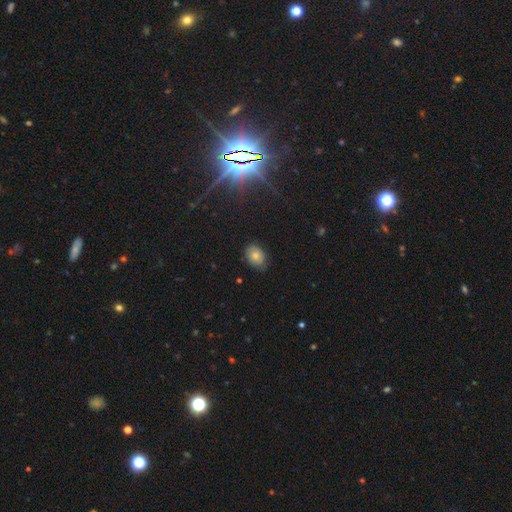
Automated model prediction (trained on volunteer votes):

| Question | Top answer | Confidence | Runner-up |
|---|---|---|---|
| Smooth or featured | smooth | 70% | featured or disk (19%) |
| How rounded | in between | 70% | round (28%) |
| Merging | none | 75% | minor disturbance (20%) |